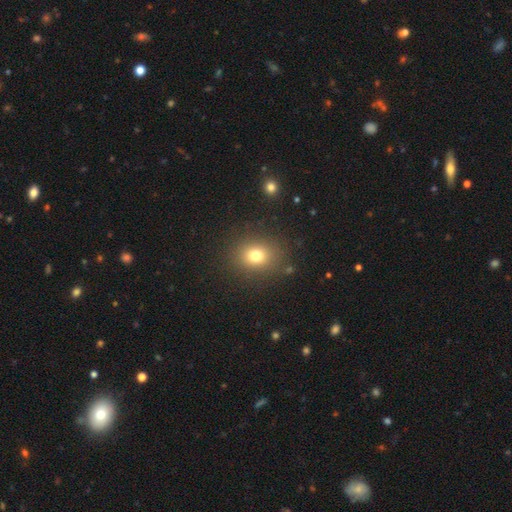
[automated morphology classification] This appears to be a smooth galaxy with no disk features (76%) that is round (69%). Merging: none (86%).